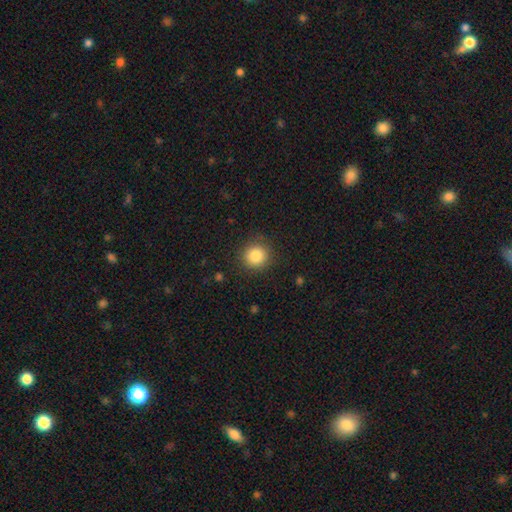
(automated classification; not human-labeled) Smooth or featured? smooth (84%)
How rounded? round (91%)
Merging? none (88%)